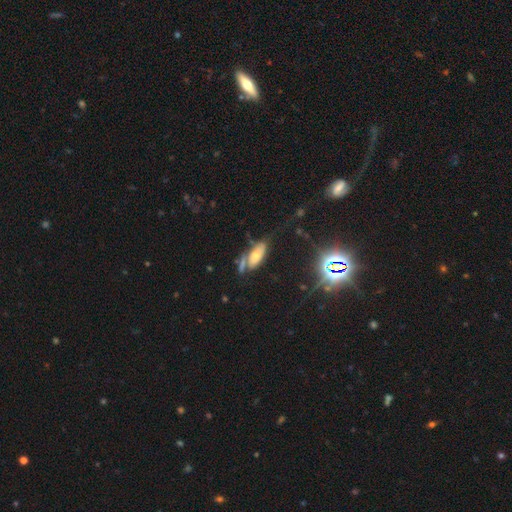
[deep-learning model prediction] Smooth or featured?
  - smooth: 51% *
  - featured or disk: 35%
  - star or artifact: 14%
How rounded?
  - in between: 85% *
  - cigar-shaped: 12%
  - round: 3%
Merging?
  - none: 44% *
  - minor disturbance: 26%
  - merger: 16%
  - major disturbance: 14%